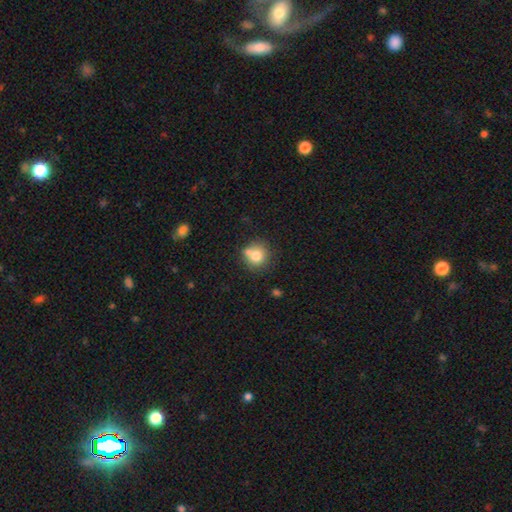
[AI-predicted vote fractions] Smooth or featured: smooth — 75% (featured or disk — 14%)
How rounded: round — 87% (in between — 12%)
Merging: none — 56% (merger — 27%)